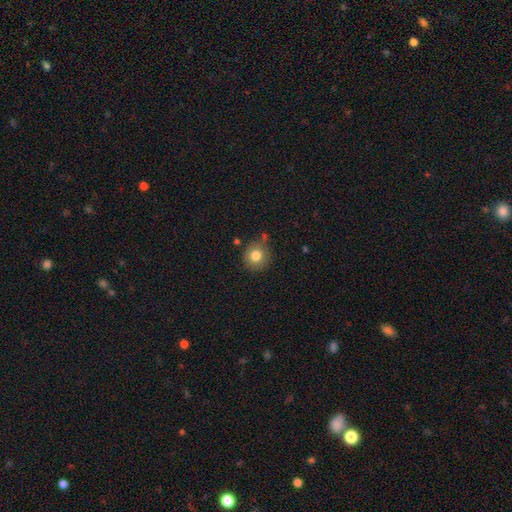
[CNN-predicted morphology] type=smooth (80%); roundness=round (89%); merging=none (75%).